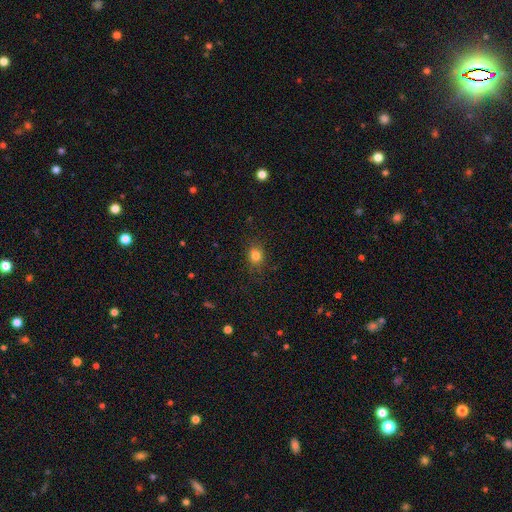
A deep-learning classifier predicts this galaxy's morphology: Q: Smooth or featured?
A: smooth (81%); runner-up: star or artifact (13%)
Q: How rounded?
A: round (61%); runner-up: in between (38%)
Q: Merging?
A: none (84%); runner-up: minor disturbance (12%)